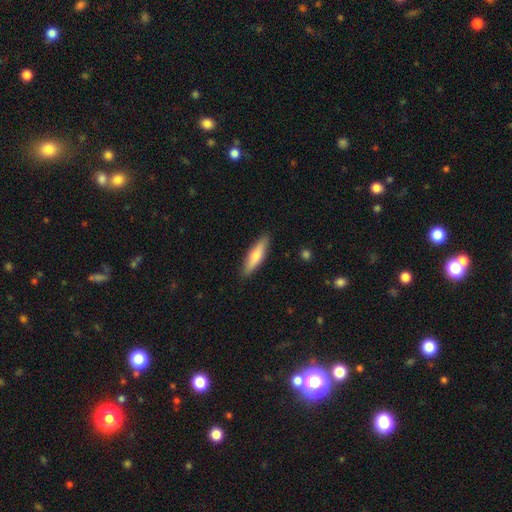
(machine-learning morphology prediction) type=smooth (62%); roundness=cigar-shaped (75%); merging=none (89%).